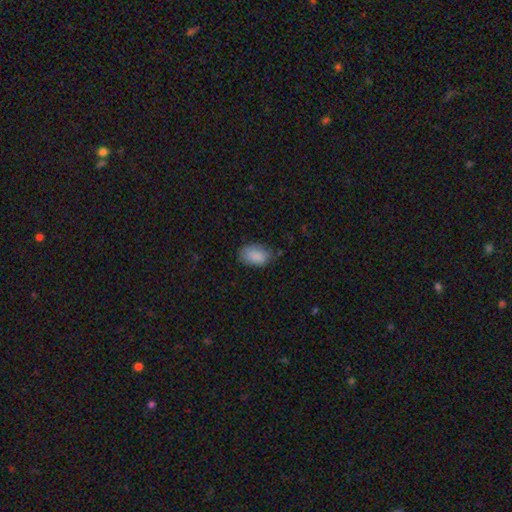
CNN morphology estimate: Q: Smooth or featured?
A: smooth (88%); runner-up: star or artifact (7%)
Q: How rounded?
A: in between (90%); runner-up: round (9%)
Q: Merging?
A: none (73%); runner-up: minor disturbance (21%)